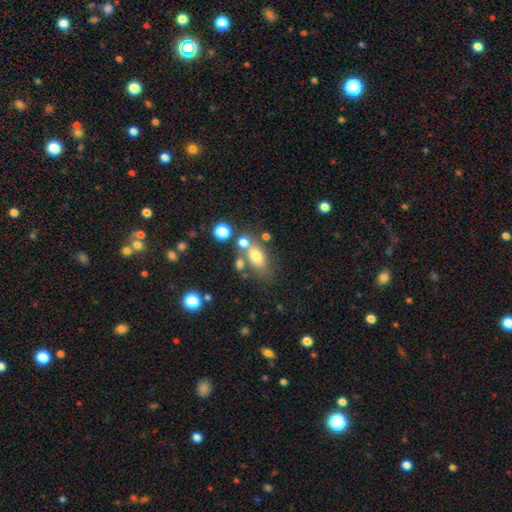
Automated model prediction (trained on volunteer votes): Smooth or featured? smooth (70%)
How rounded? in between (78%)
Merging? none (52%)